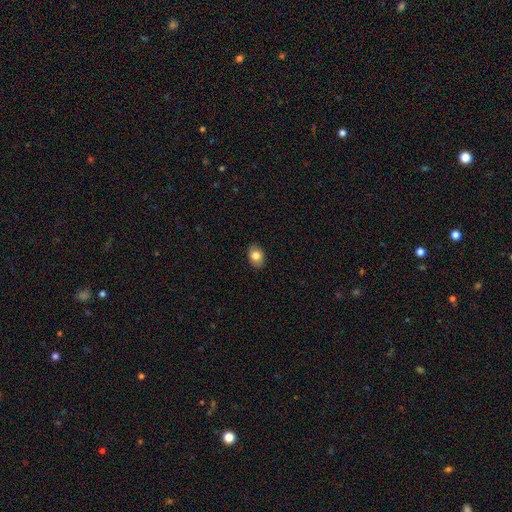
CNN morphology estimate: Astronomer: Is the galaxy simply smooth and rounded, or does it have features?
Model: smooth — 82%.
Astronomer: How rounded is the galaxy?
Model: in between — 77%.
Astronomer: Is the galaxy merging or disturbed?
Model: none — 88%.